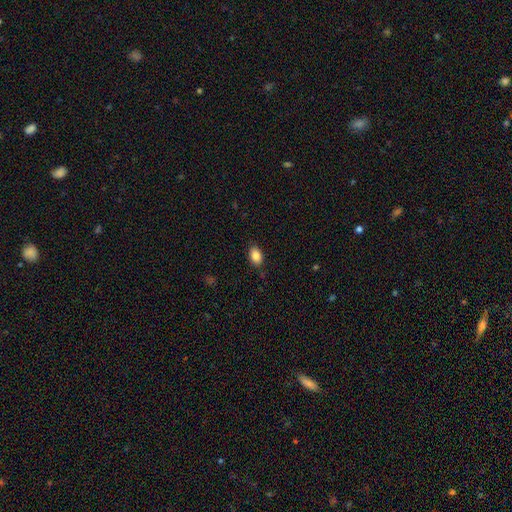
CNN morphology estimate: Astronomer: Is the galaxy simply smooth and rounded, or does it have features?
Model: smooth — 86%.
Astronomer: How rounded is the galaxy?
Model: in between — 88%.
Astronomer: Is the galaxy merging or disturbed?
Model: none — 86%.